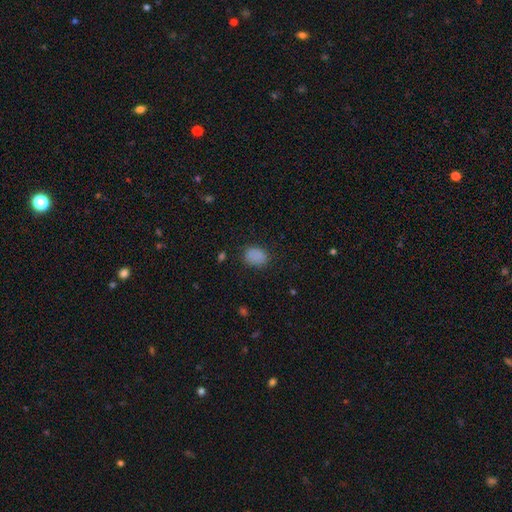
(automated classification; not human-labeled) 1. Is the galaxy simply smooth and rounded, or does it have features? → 85% smooth, 11% star or artifact, 4% featured or disk.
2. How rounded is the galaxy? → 64% in between, 35% round, 1% cigar-shaped.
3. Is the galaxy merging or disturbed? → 81% none, 14% minor disturbance, 4% major disturbance, 1% merger.